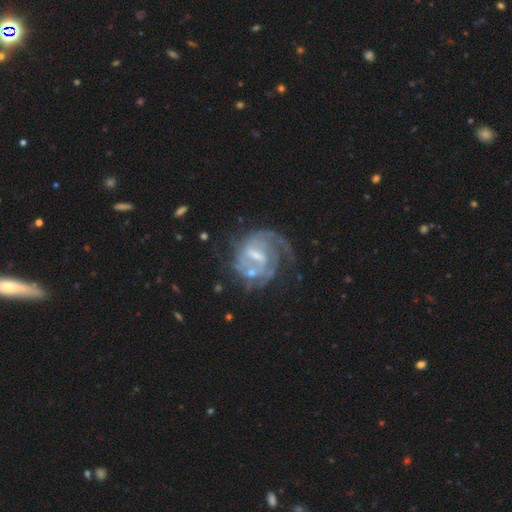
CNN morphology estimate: Smooth or featured?
  - featured or disk: 86% *
  - smooth: 8%
  - star or artifact: 6%
Edge-on disk?
  - no: 98% *
  - yes: 2%
Bar?
  - weak: 54% *
  - strong: 31%
  - no: 14%
Spiral arms?
  - yes: 93% *
  - no: 7%
Spiral winding?
  - tight: 45% *
  - medium: 41%
  - loose: 14%
Spiral arm count?
  - 2: 43% *
  - can't tell: 25%
  - 3: 15%
  - 1: 9%
  - 4: 5%
  - more than 4: 4%
Bulge size?
  - small: 46% *
  - moderate: 35%
  - none: 15%
  - large: 3%
  - dominant: 1%
Merging?
  - none: 51% *
  - major disturbance: 22%
  - minor disturbance: 19%
  - merger: 8%